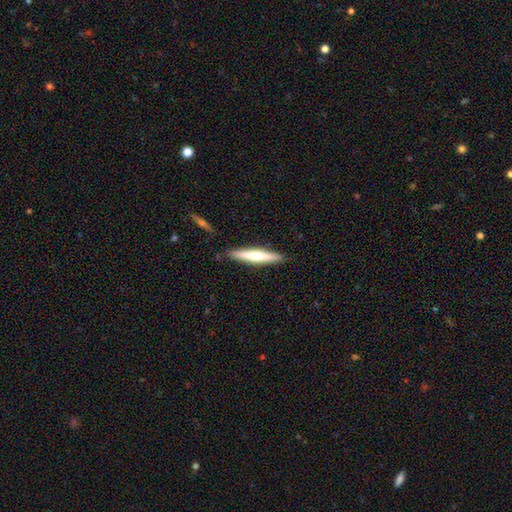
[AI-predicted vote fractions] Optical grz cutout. It shows a smooth galaxy with no disk features (48%). Merging: none (89%).